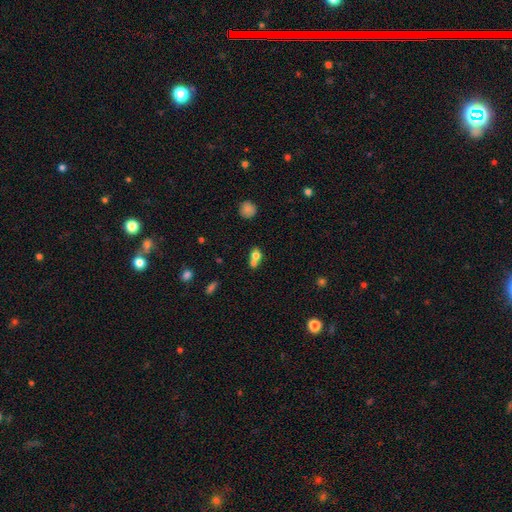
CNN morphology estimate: smooth 71%, featured or disk 18%, star or artifact 11%. Down the decision tree: how rounded — round (56%); merging — merger (61%).